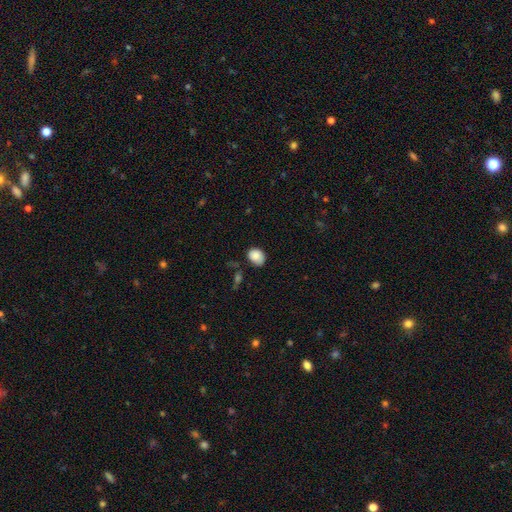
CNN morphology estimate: Q: Smooth or featured?
A: smooth (85%); runner-up: star or artifact (8%)
Q: How rounded?
A: in between (56%); runner-up: round (43%)
Q: Merging?
A: none (65%); runner-up: minor disturbance (25%)